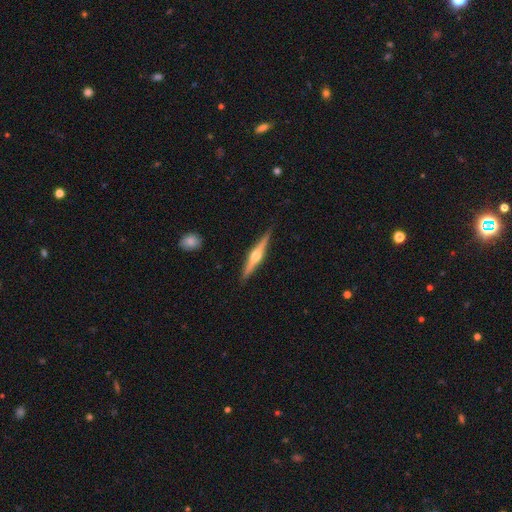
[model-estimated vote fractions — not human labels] Smooth or featured? Predicted: featured or disk (p=0.75). Edge-on disk? Predicted: yes (p=0.98). Edge-on bulge? Predicted: rounded (p=0.95). Merging? Predicted: none (p=0.90).